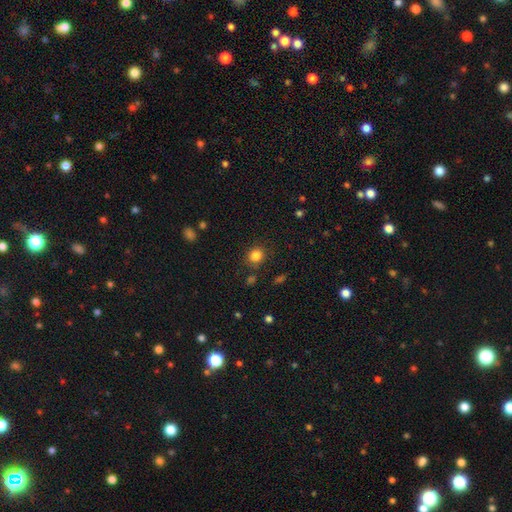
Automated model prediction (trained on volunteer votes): A smooth galaxy with no disk features (83%) that is round (80%).

Vote fractions:
- Smooth or featured? smooth: 83% / star or artifact: 12% / featured or disk: 5%
- How rounded? round: 80% / in between: 19% / cigar-shaped: 1%
- Merging? none: 83% / minor disturbance: 10% / merger: 4% / major disturbance: 4%